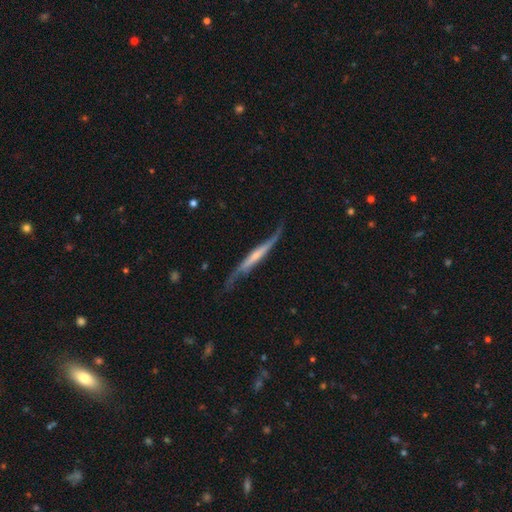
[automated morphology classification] smooth-or-featured: featured or disk: 76% | smooth: 19% | star or artifact: 5%
  disk-edge-on: yes: 68% | no: 32%
    edge-on-bulge: none: 48% | rounded: 38% | boxy: 14%
  merging: none: 57% | minor disturbance: 26% | major disturbance: 14% | merger: 3%